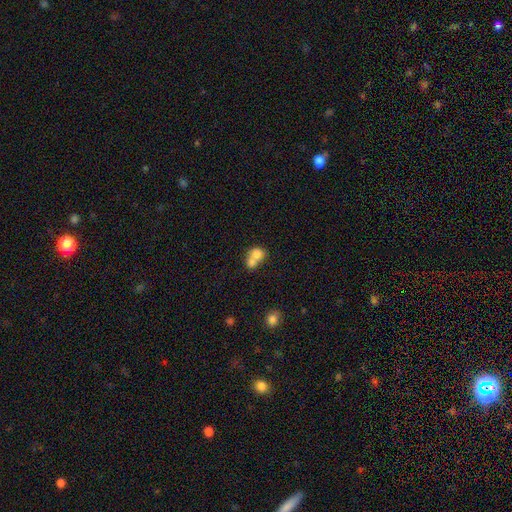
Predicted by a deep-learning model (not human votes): Smooth or featured? smooth (73%)
How rounded? round (61%)
Merging? merger (69%)